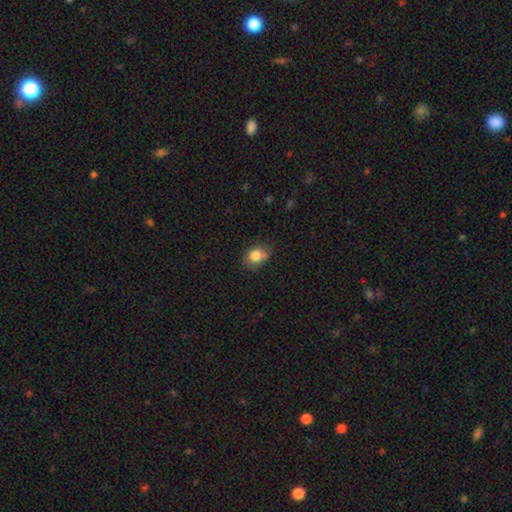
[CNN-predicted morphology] type=smooth (82%); roundness=round (52%); merging=none (63%).